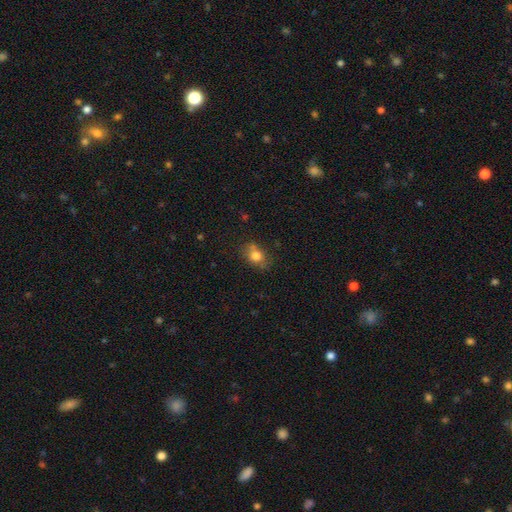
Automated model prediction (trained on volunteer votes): Overall: smooth (78%). How rounded: in between (57%; round 41%). Merging: none (65%).